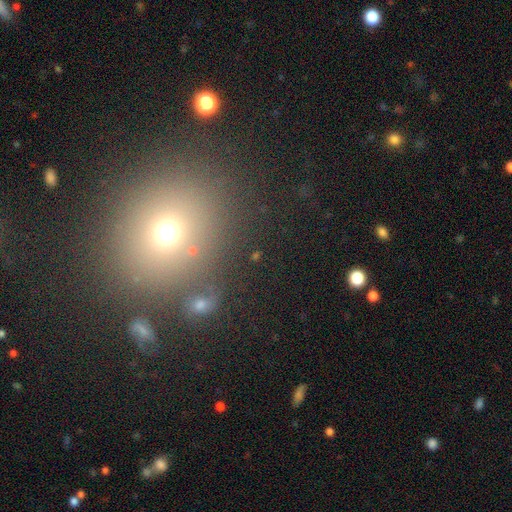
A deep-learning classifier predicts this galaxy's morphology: Smooth or featured? Predicted: smooth (p=0.48). Merging? Predicted: none (p=0.73).